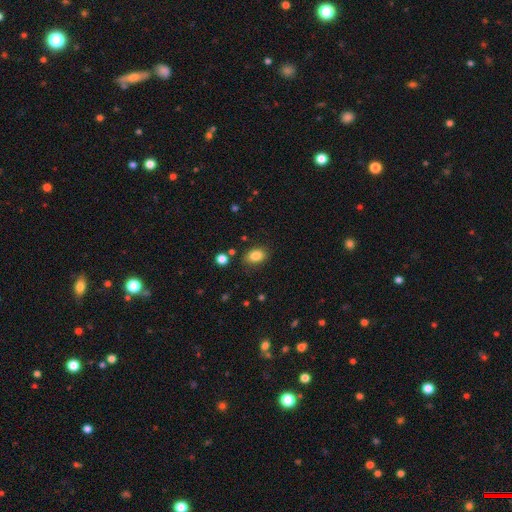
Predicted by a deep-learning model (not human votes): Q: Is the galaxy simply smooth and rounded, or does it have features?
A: smooth — 85%.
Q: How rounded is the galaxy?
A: in between — 83%.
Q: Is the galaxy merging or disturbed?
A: none — 80%.